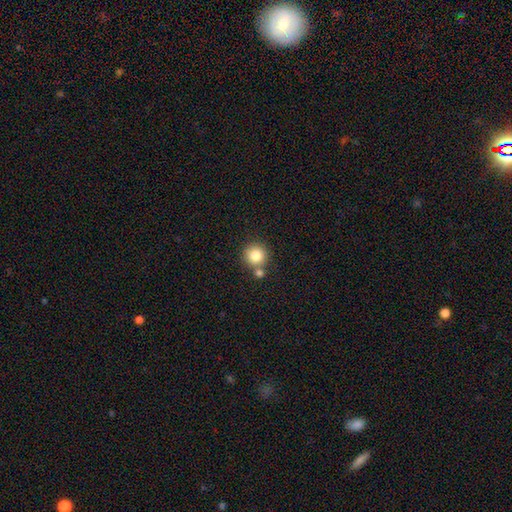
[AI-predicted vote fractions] Smooth or featured? smooth (82%)
How rounded? round (94%)
Merging? none (69%)